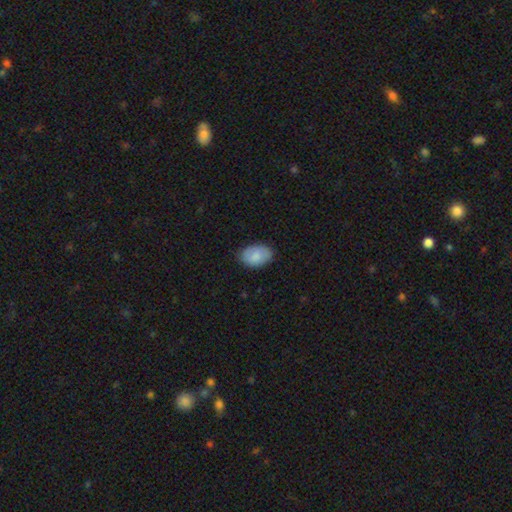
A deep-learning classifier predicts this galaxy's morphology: This is clearly a smooth galaxy (81%). How rounded: clearly in between (89%). Merging: likely none (80%).